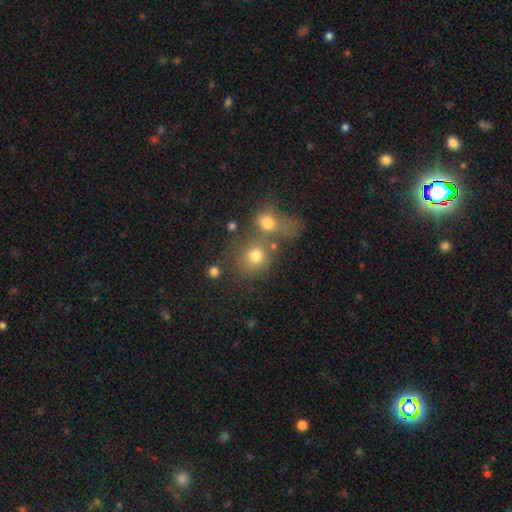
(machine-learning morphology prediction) A smooth galaxy with no disk features (73%) that is round (76%). Merging: merger (47%).